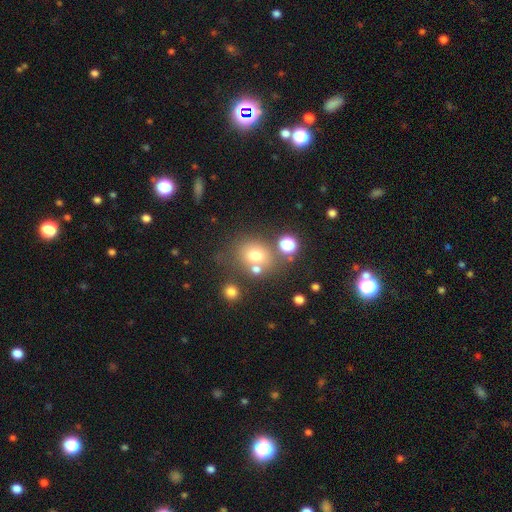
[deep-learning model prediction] Q: Smooth or featured?
A: smooth (69%); runner-up: star or artifact (17%)
Q: How rounded?
A: round (74%); runner-up: in between (25%)
Q: Merging?
A: none (61%); runner-up: merger (20%)